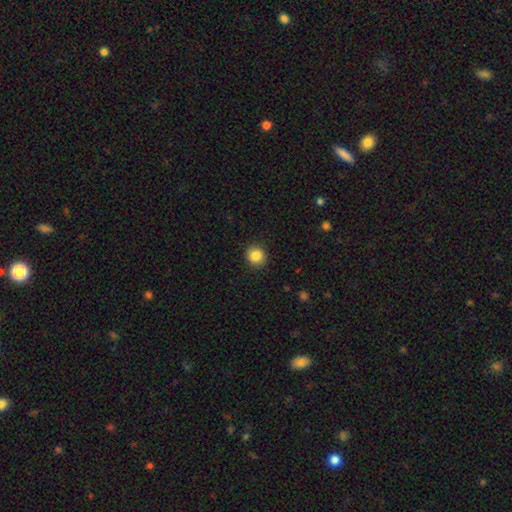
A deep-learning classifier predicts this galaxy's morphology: Smooth or featured?
  - smooth: 85% *
  - star or artifact: 10%
  - featured or disk: 5%
How rounded?
  - round: 89% *
  - in between: 10%
  - cigar-shaped: 1%
Merging?
  - none: 91% *
  - minor disturbance: 6%
  - major disturbance: 2%
  - merger: 1%